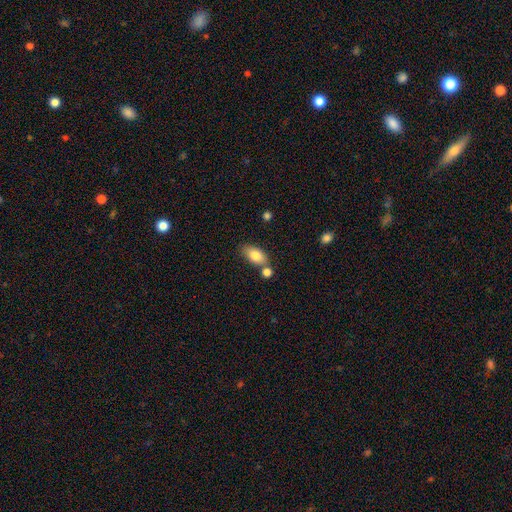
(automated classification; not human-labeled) The model was most divided on "merging": none: 62%, merger: 21%, minor disturbance: 14%, major disturbance: 4%. More confident: how rounded — in between (89%); smooth or featured — smooth (81%).